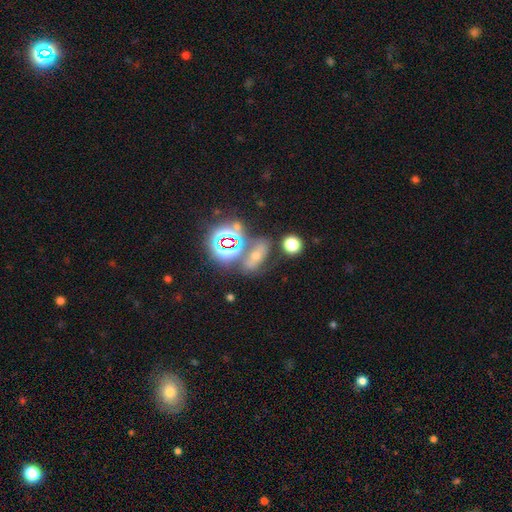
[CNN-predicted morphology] This appears to be a smooth galaxy with no disk features (42%). Merging: none (59%).